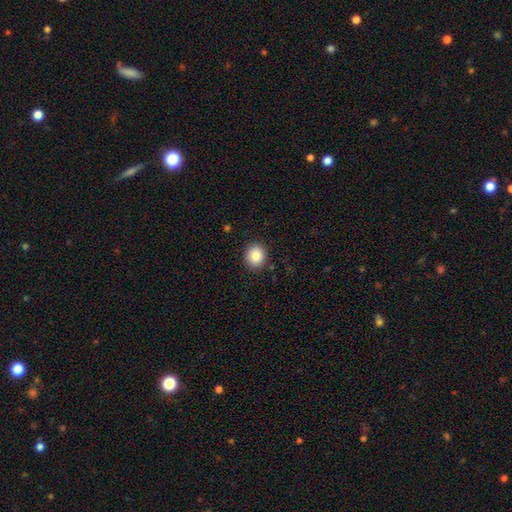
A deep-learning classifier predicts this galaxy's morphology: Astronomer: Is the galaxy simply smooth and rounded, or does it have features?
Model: smooth — 86%.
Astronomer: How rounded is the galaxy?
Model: round — 76%.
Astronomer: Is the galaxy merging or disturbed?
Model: none — 89%.